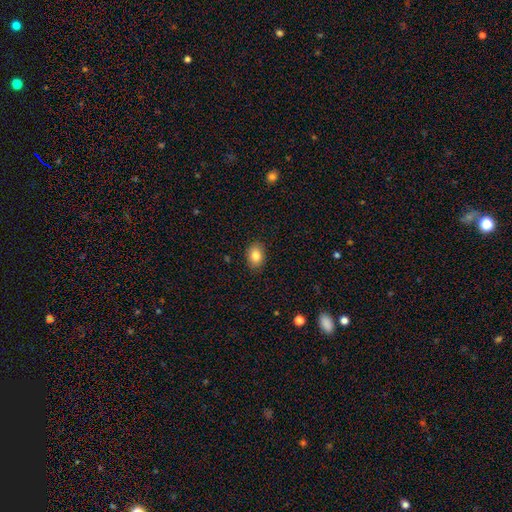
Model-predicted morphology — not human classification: This is clearly a smooth galaxy (84%). How rounded: likely in between (73%). Merging: clearly none (88%).